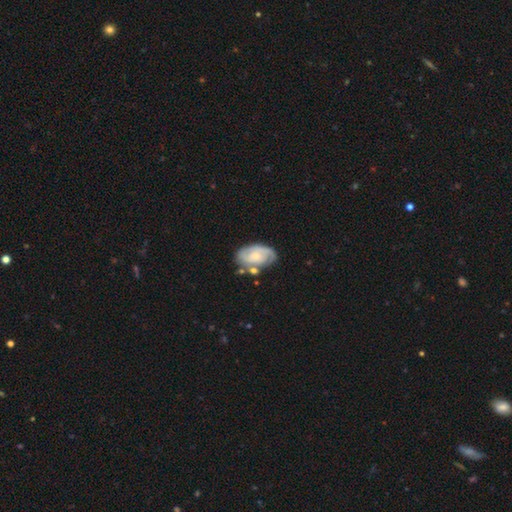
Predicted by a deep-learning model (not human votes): Morphology: type=featured or disk (65%); edge-on=no (96%); bar=no (70%); spiral arms=yes (88%); winding=tight (55%); arm count=2 (50%); bulge=small (56%); merging=none (62%).